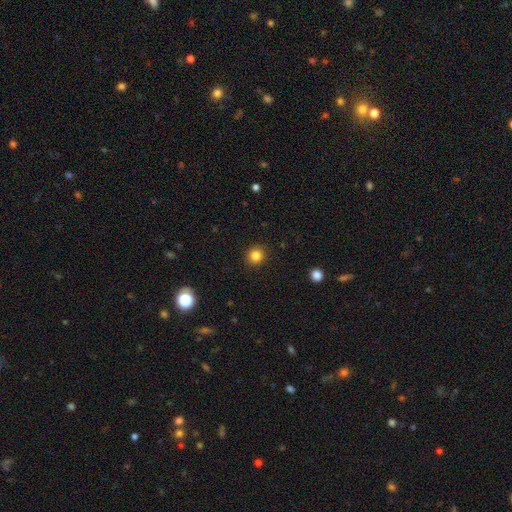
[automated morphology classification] A smooth galaxy with no disk features (84%) that is round (89%). Merging: none (91%).